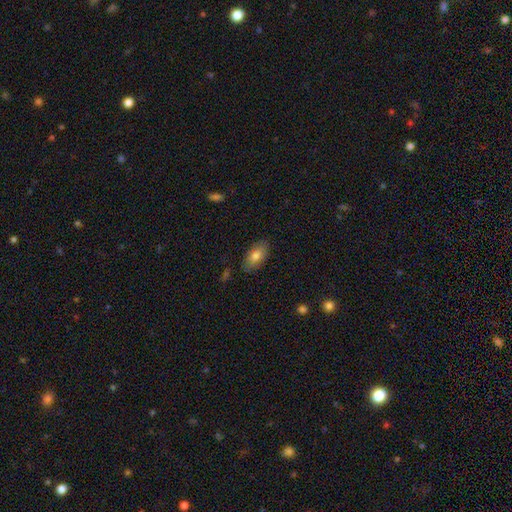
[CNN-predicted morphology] Smooth or featured?
  - smooth: 79% *
  - featured or disk: 14%
  - star or artifact: 7%
How rounded?
  - in between: 92% *
  - cigar-shaped: 4%
  - round: 4%
Merging?
  - none: 85% *
  - minor disturbance: 11%
  - major disturbance: 3%
  - merger: 1%